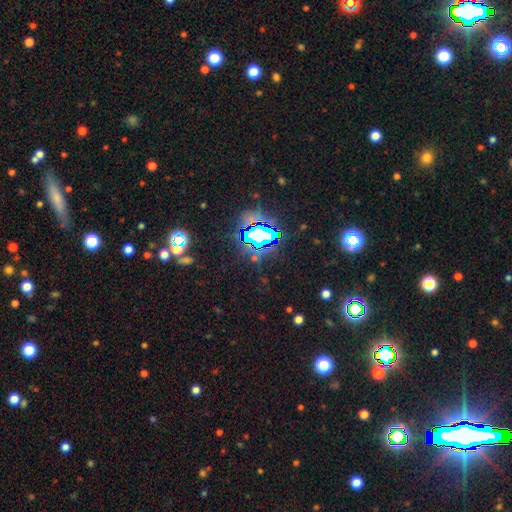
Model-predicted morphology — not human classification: Smooth or featured? star or artifact (79%)